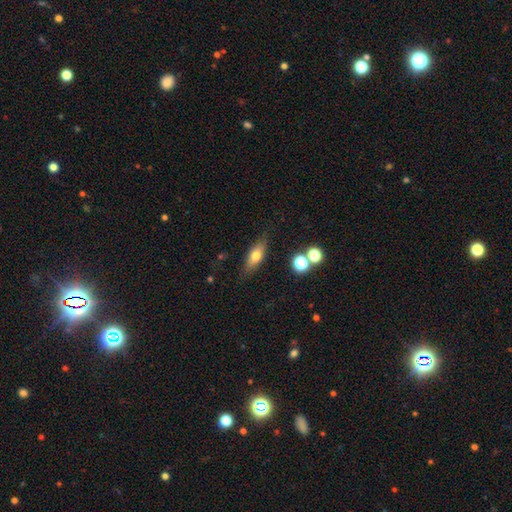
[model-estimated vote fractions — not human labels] The model was most divided on "how rounded": in between: 63%, cigar-shaped: 31%, round: 6%. More confident: merging — none (80%); smooth or featured — smooth (67%).